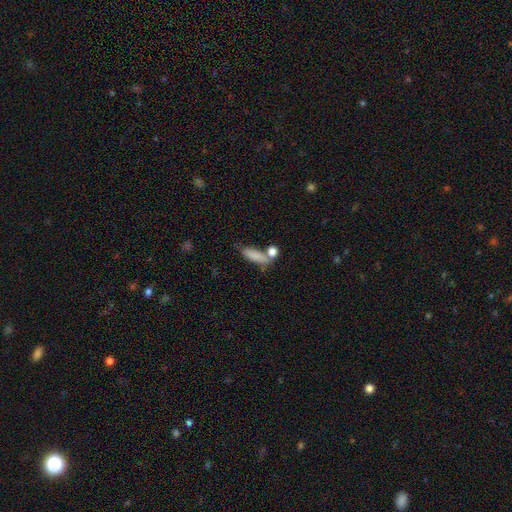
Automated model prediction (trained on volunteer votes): Smooth or featured? smooth (80%)
How rounded? in between (51%)
Merging? none (50%)